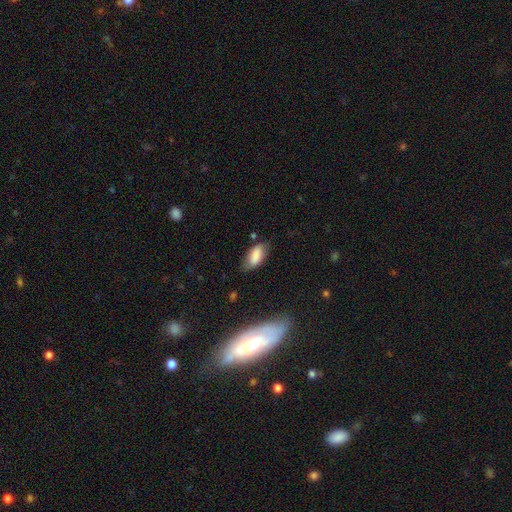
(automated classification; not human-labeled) Q: Smooth or featured?
A: smooth (82%); runner-up: featured or disk (10%)
Q: How rounded?
A: in between (91%); runner-up: cigar-shaped (6%)
Q: Merging?
A: none (60%); runner-up: minor disturbance (30%)